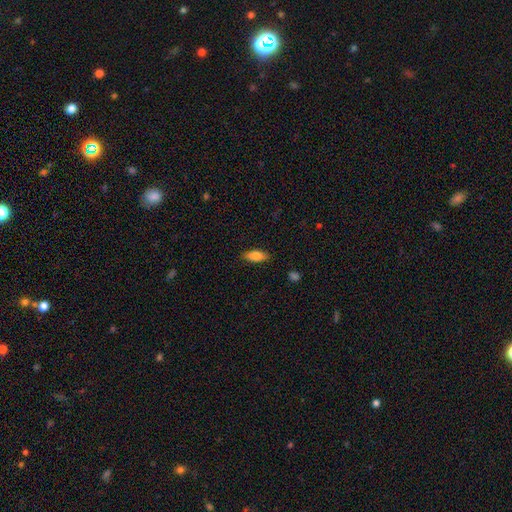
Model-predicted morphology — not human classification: smooth-or-featured: smooth: 83% | featured or disk: 10% | star or artifact: 7%
  how-rounded: in between: 77% | cigar-shaped: 21% | round: 2%
  merging: none: 86% | minor disturbance: 10% | major disturbance: 2% | merger: 1%